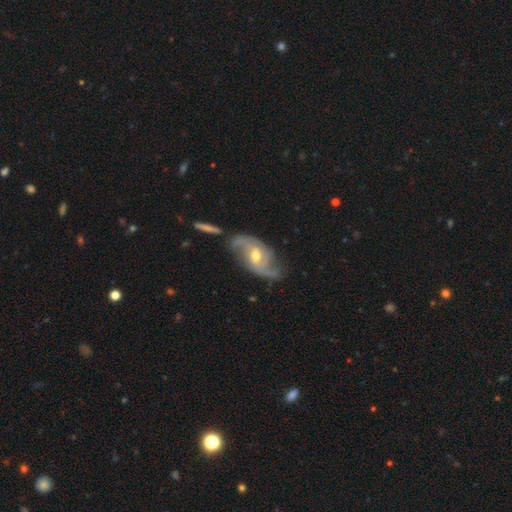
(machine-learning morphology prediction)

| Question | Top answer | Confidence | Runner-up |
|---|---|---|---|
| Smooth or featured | featured or disk | 87% | smooth (7%) |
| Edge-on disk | no | 95% | yes (5%) |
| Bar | weak | 48% | no (35%) |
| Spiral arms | yes | 96% | no (4%) |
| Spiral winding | medium | 44% | loose (37%) |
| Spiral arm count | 2 | 73% | 3 (10%) |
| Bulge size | moderate | 66% | small (29%) |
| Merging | none | 66% | minor disturbance (20%) |